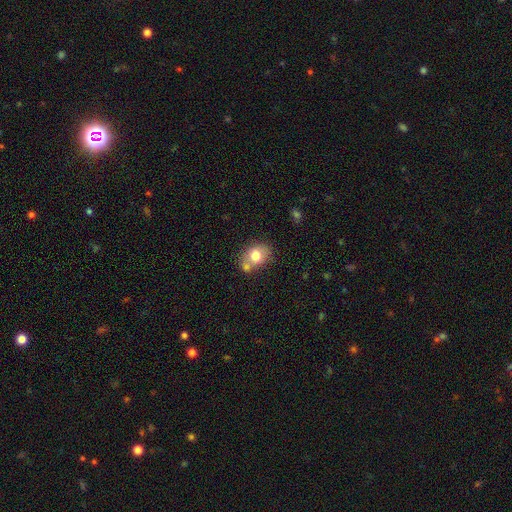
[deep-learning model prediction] smooth_or_featured: smooth (p=0.76) [alt: featured or disk p=0.16]
how_rounded: in between (p=0.61) [alt: round p=0.38]
merging: none (p=0.53) [alt: merger p=0.25]